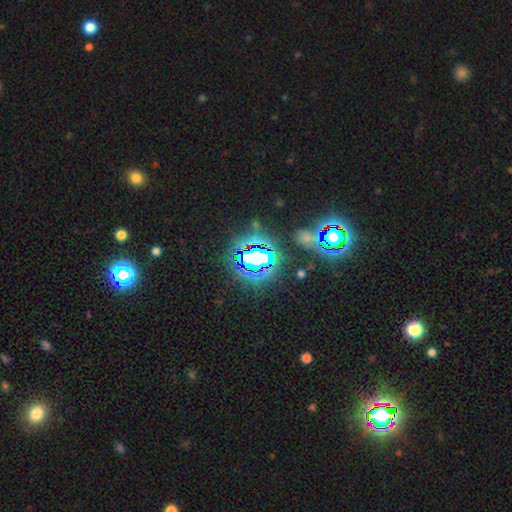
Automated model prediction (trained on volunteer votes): Q: Smooth or featured?
A: star or artifact (73%); runner-up: smooth (16%)